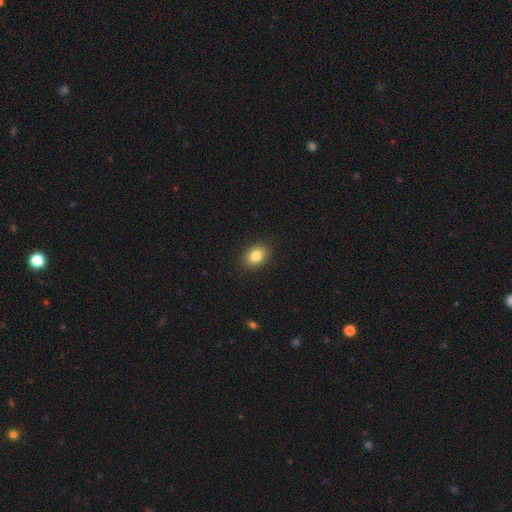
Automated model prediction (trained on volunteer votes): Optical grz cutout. It shows a smooth galaxy with no disk features (83%) that is in between round and cigar-shaped (62%). Merging: none (90%).